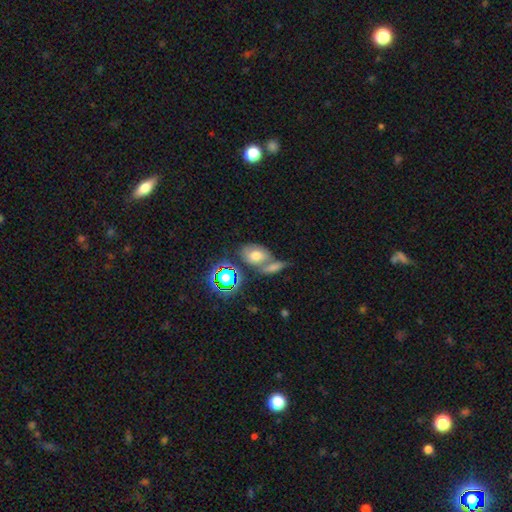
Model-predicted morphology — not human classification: This appears to be a smooth galaxy with no disk features (60%) that is in between round and cigar-shaped (79%). Merging: merger (43%).